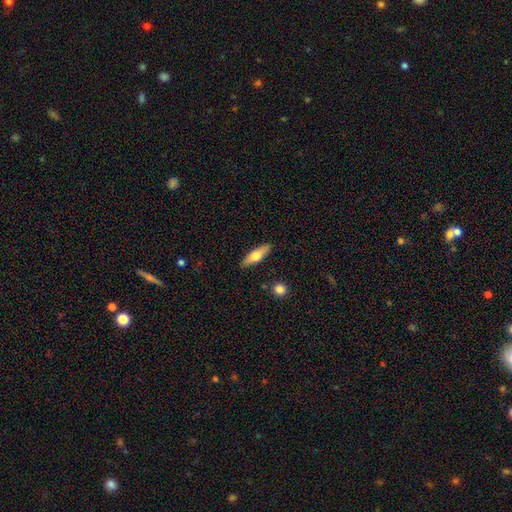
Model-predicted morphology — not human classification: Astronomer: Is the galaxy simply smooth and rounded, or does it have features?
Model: smooth — 55% (runner-up: featured or disk, 39%).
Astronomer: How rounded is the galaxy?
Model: cigar-shaped — 55% (runner-up: in between, 43%).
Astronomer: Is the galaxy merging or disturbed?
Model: none — 88%.